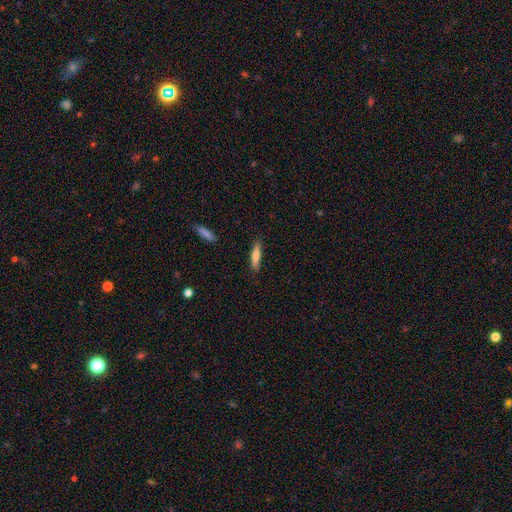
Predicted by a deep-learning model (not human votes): Smooth or featured: smooth — 71% (featured or disk — 23%)
How rounded: cigar-shaped — 75% (in between — 23%)
Merging: none — 84% (minor disturbance — 12%)